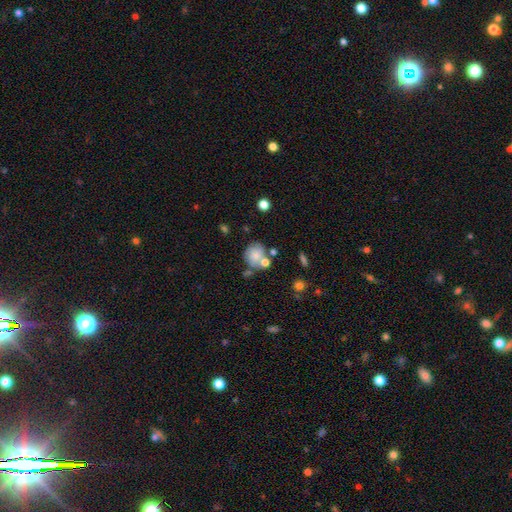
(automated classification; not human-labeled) smooth 71%, featured or disk 19%, star or artifact 9%. Down the decision tree: how rounded — round (76%); merging — none (51%).